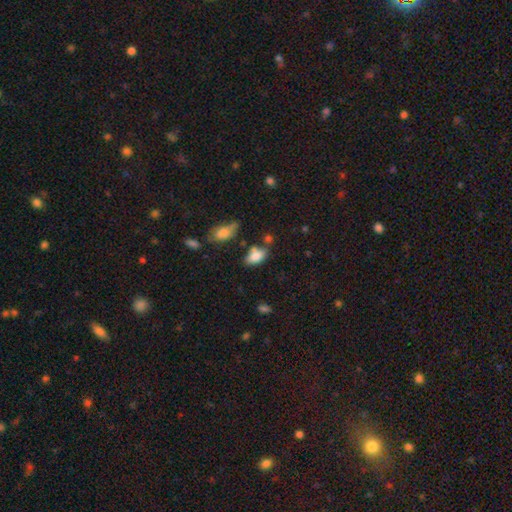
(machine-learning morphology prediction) This appears to be a smooth galaxy with no disk features (80%) that is in between round and cigar-shaped (90%). Merging: none (55%).